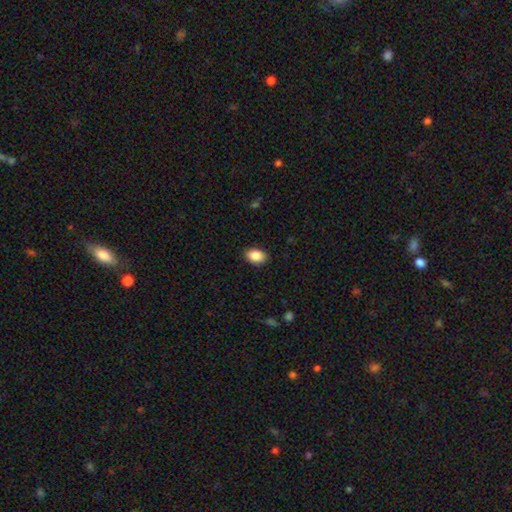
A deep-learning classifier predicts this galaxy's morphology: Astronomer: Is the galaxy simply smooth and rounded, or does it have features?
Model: smooth — 87%.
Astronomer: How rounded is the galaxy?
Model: in between — 84%.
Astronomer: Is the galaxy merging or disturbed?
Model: none — 89%.